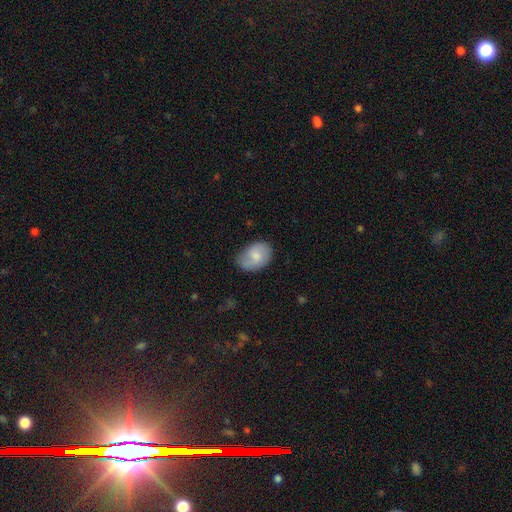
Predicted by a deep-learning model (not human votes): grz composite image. It shows a smooth galaxy with no disk features (70%) that is in between round and cigar-shaped (80%). Merging: none (71%).